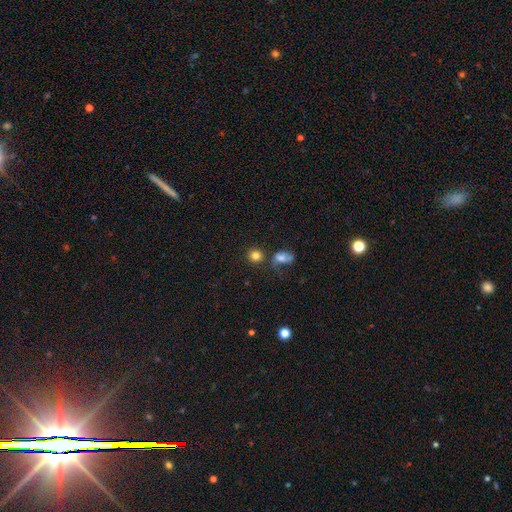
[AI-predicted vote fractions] Smooth or featured? Predicted: smooth (p=0.81). How rounded? Predicted: round (p=0.85). Merging? Predicted: none (p=0.70).